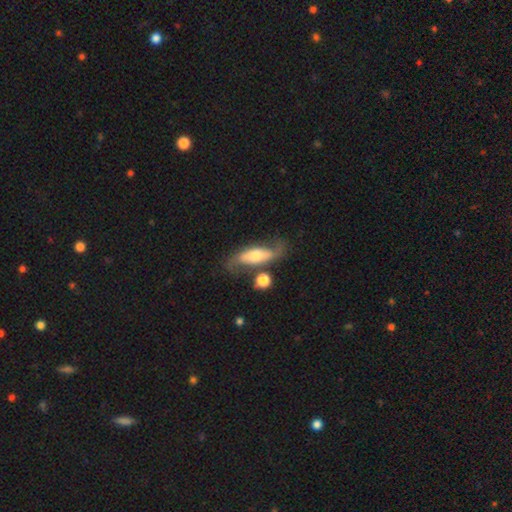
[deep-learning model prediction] featured or disk 64%, smooth 30%, star or artifact 7%. Down the decision tree: edge-on disk — no (81%); bar — no (57%); spiral arms — yes (83%); bulge size — moderate (60%); merging — none (57%).